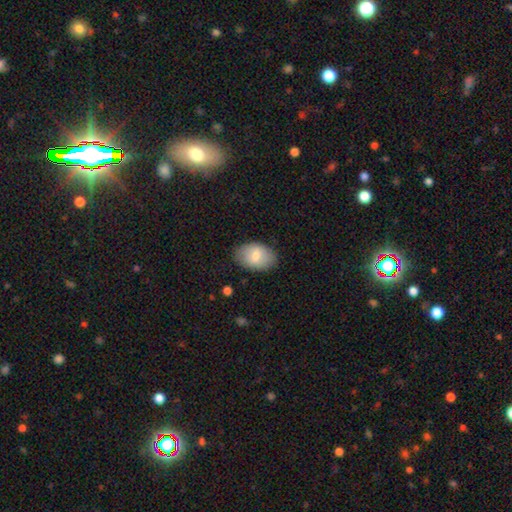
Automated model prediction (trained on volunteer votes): Smooth or featured? Predicted: smooth (p=0.77). How rounded? Predicted: in between (p=0.88). Merging? Predicted: none (p=0.82).